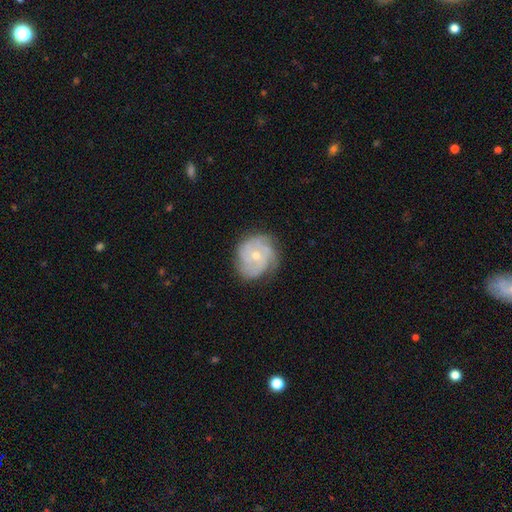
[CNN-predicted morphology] Smooth or featured? Predicted: featured or disk (p=0.74). Edge-on disk? Predicted: no (p=0.98). Bar? Predicted: no (p=0.80). Spiral arms? Predicted: yes (p=0.92). Spiral winding? Predicted: tight (p=0.55). Spiral arm count? Predicted: 3 (p=0.31). Bulge size? Predicted: small (p=0.55). Merging? Predicted: none (p=0.72).